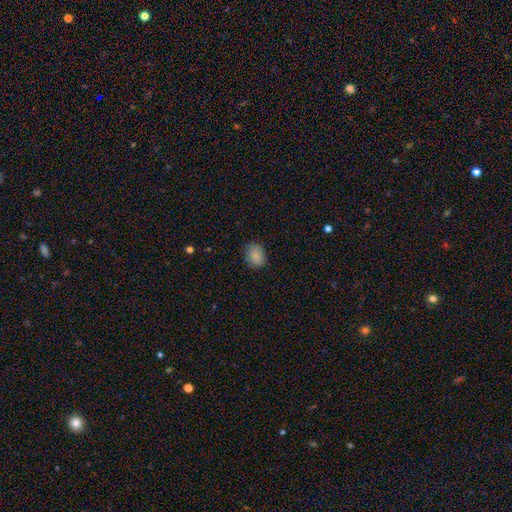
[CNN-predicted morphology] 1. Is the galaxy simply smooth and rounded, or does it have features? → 87% smooth, 9% star or artifact, 5% featured or disk.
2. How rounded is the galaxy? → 58% in between, 41% round, 1% cigar-shaped.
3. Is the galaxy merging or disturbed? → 82% none, 14% minor disturbance, 3% major disturbance, 1% merger.